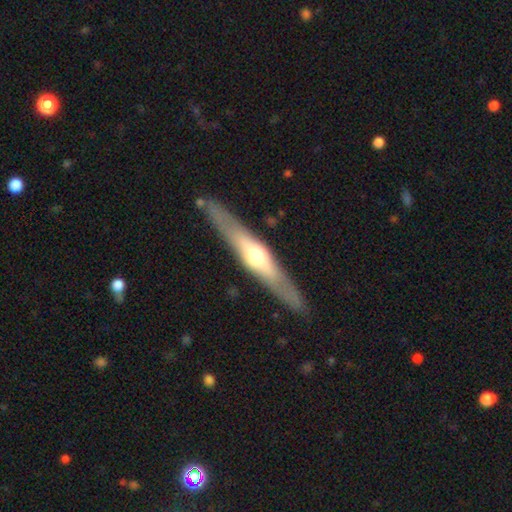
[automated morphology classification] A featured or disk galaxy (65%) viewed edge-on (92%) with a rounded central bulge (88%). Merging: none (88%).